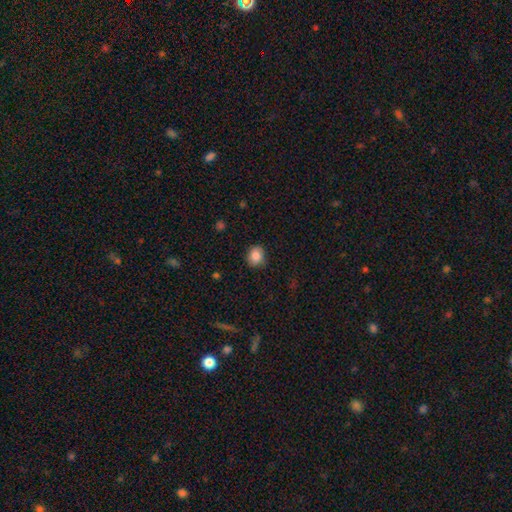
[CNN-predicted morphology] smooth-or-featured: smooth: 85% | star or artifact: 9% | featured or disk: 6%
  how-rounded: round: 69% | in between: 30% | cigar-shaped: 1%
  merging: none: 85% | minor disturbance: 12% | major disturbance: 2% | merger: 1%